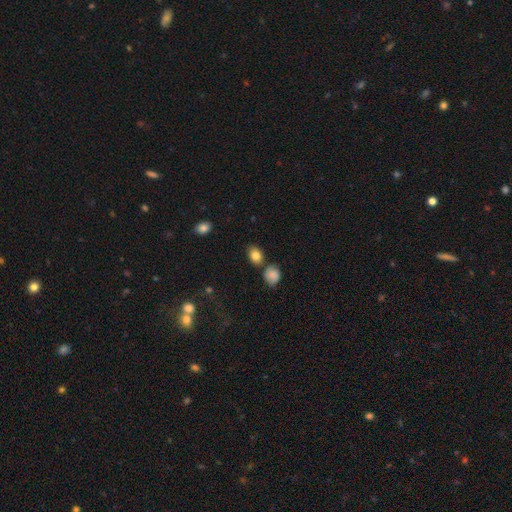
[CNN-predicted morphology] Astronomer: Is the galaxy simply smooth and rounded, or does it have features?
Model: smooth — 83%.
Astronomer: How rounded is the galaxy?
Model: in between — 68%.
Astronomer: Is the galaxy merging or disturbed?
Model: none — 70%.